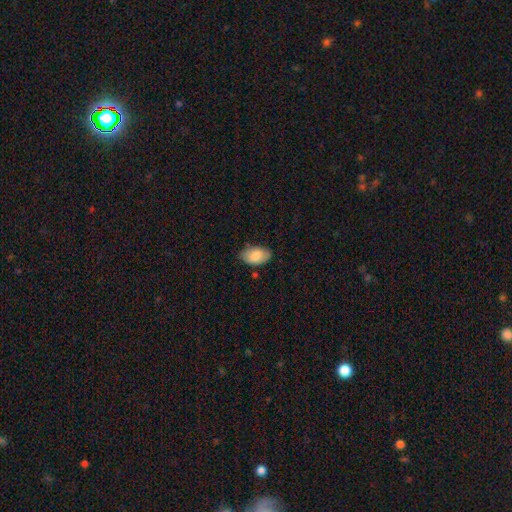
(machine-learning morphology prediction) A smooth galaxy with no disk features (78%) that is in between round and cigar-shaped (93%).

Vote fractions:
- Smooth or featured? smooth: 78% / featured or disk: 15% / star or artifact: 6%
- How rounded? in between: 93% / round: 5% / cigar-shaped: 1%
- Merging? none: 73% / minor disturbance: 21% / major disturbance: 4% / merger: 2%